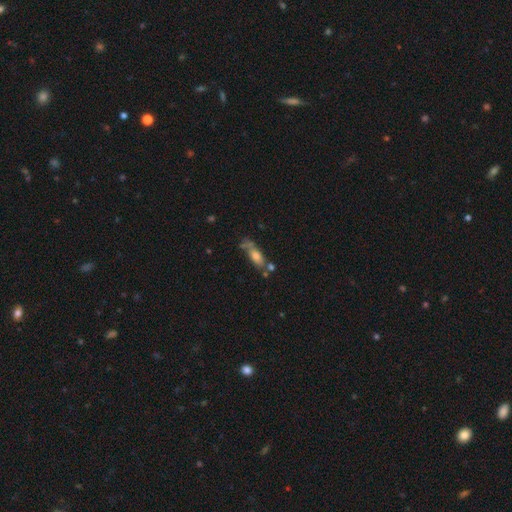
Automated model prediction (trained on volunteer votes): A smooth galaxy with no disk features (62%) that is in between round and cigar-shaped (66%). Merging: none (45%).